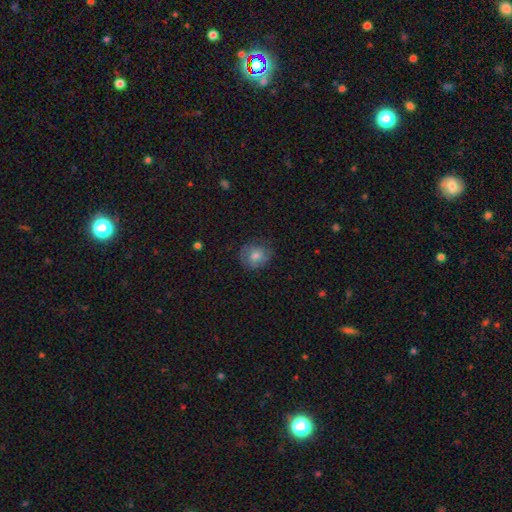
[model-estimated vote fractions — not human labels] Smooth or featured: smooth — 62% (featured or disk — 29%)
How rounded: round — 72% (in between — 27%)
Merging: none — 70% (minor disturbance — 22%)